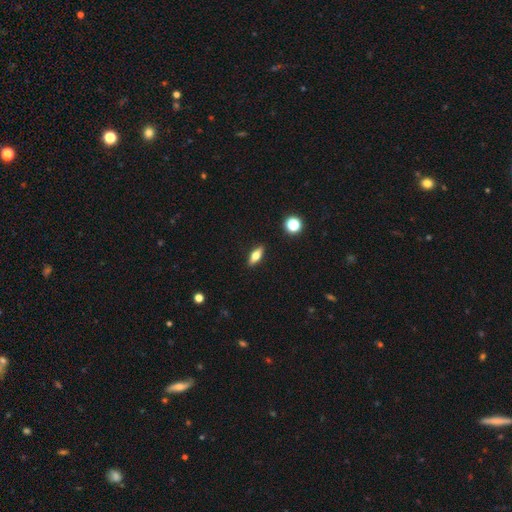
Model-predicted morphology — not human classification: Smooth or featured?
  - smooth: 61% *
  - featured or disk: 30%
  - star or artifact: 9%
How rounded?
  - in between: 66% *
  - cigar-shaped: 29%
  - round: 5%
Merging?
  - none: 89% *
  - minor disturbance: 8%
  - major disturbance: 2%
  - merger: 1%